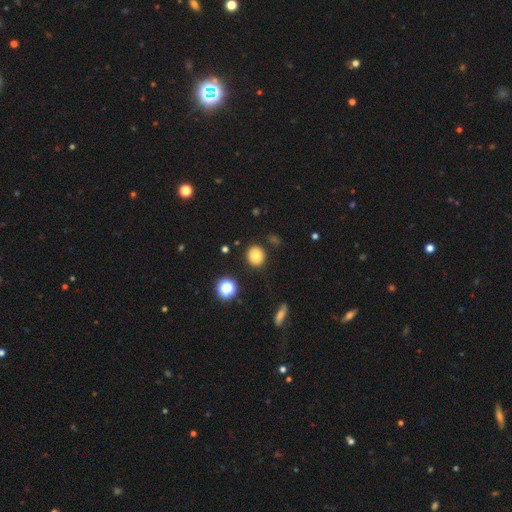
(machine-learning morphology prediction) Q: Smooth or featured?
A: smooth (80%); runner-up: star or artifact (13%)
Q: How rounded?
A: round (79%); runner-up: in between (20%)
Q: Merging?
A: none (88%); runner-up: minor disturbance (8%)